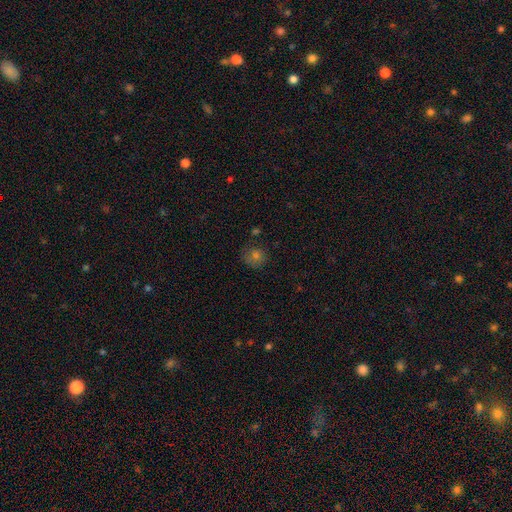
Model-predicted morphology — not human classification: Q: Smooth or featured?
A: smooth (69%); runner-up: star or artifact (21%)
Q: How rounded?
A: round (83%); runner-up: in between (16%)
Q: Merging?
A: none (71%); runner-up: minor disturbance (19%)